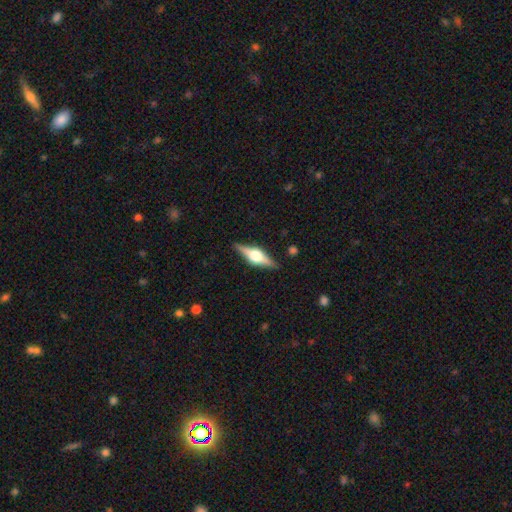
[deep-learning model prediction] Smooth or featured: featured or disk — 73% (smooth — 21%)
Edge-on disk: yes — 97% (no — 3%)
Edge-on bulge: rounded — 92% (boxy — 6%)
Merging: none — 88% (minor disturbance — 9%)